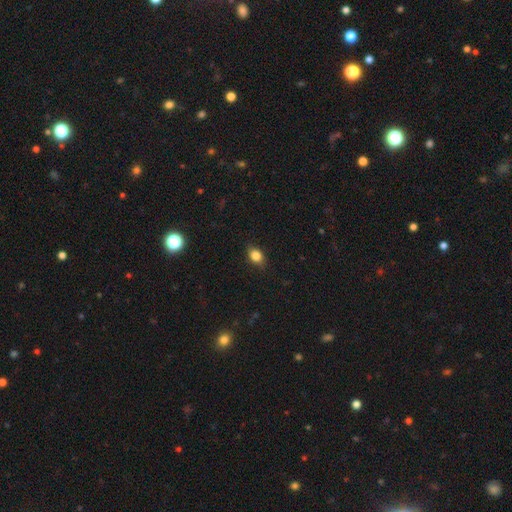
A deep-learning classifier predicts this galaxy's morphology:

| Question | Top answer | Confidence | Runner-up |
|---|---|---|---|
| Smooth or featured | smooth | 83% | star or artifact (10%) |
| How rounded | in between | 71% | round (27%) |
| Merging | none | 82% | minor disturbance (14%) |